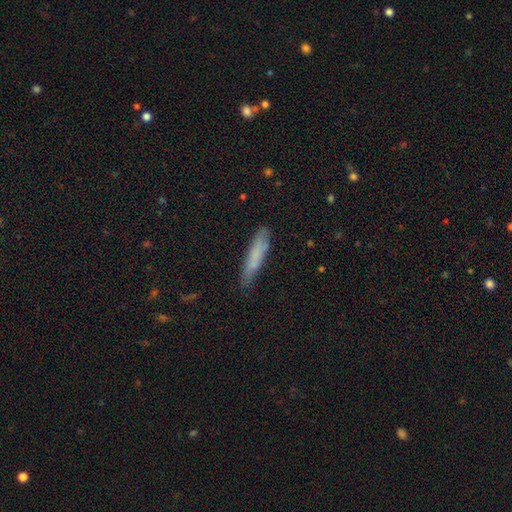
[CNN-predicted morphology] The model was most divided on "smooth or featured": smooth: 70%, featured or disk: 22%, star or artifact: 7%. More confident: how rounded — cigar-shaped (89%); merging — none (77%).